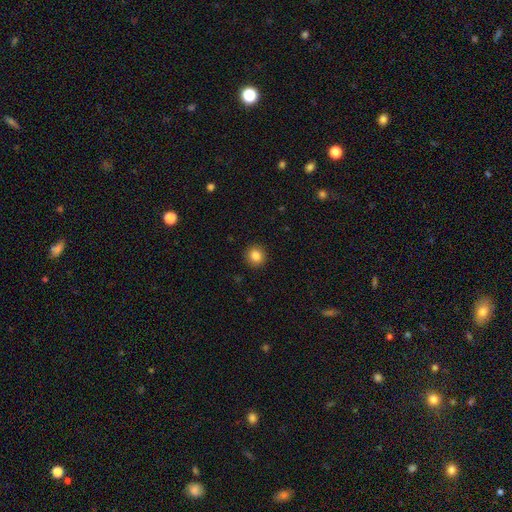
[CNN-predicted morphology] Smooth or featured: smooth — 84% (star or artifact — 11%)
How rounded: round — 92% (in between — 7%)
Merging: none — 93% (minor disturbance — 5%)